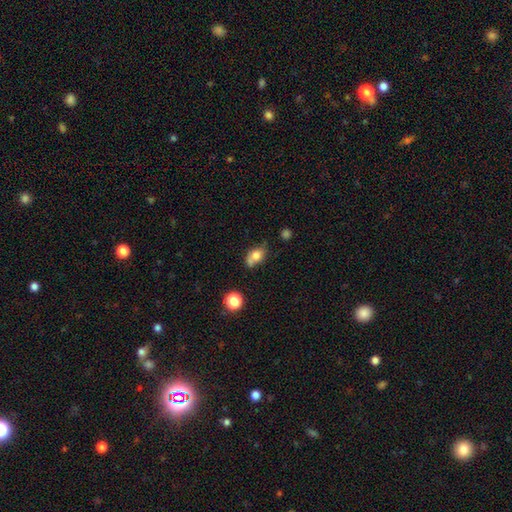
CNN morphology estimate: Smooth or featured?
  - smooth: 73% *
  - featured or disk: 16%
  - star or artifact: 11%
How rounded?
  - in between: 69% *
  - round: 29%
  - cigar-shaped: 3%
Merging?
  - none: 47% *
  - minor disturbance: 27%
  - merger: 17%
  - major disturbance: 9%